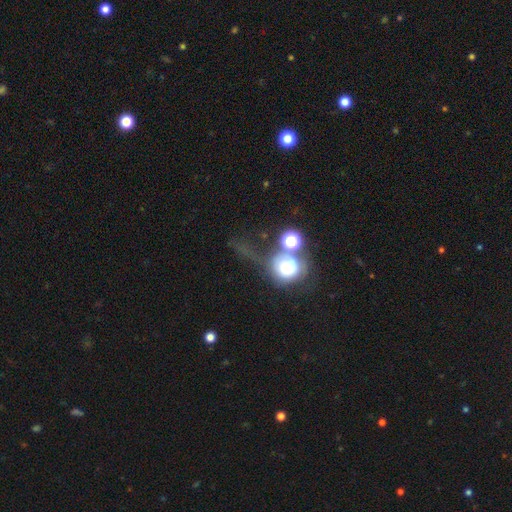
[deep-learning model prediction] Q: Smooth or featured?
A: star or artifact (46%); runner-up: smooth (38%)